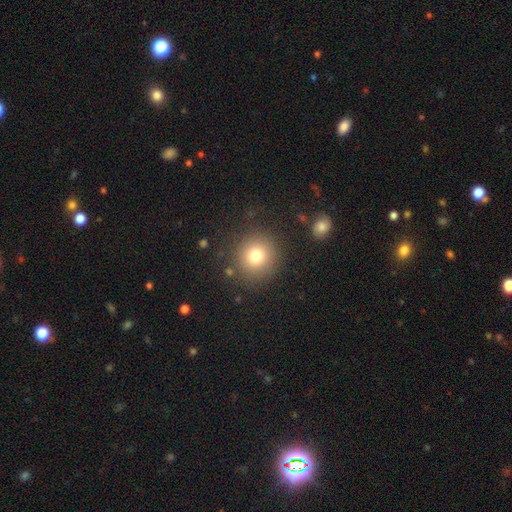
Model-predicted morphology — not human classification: smooth-or-featured: smooth: 77% | star or artifact: 13% | featured or disk: 11%
  how-rounded: round: 93% | in between: 6% | cigar-shaped: 1%
  merging: none: 86% | minor disturbance: 8% | major disturbance: 4% | merger: 2%